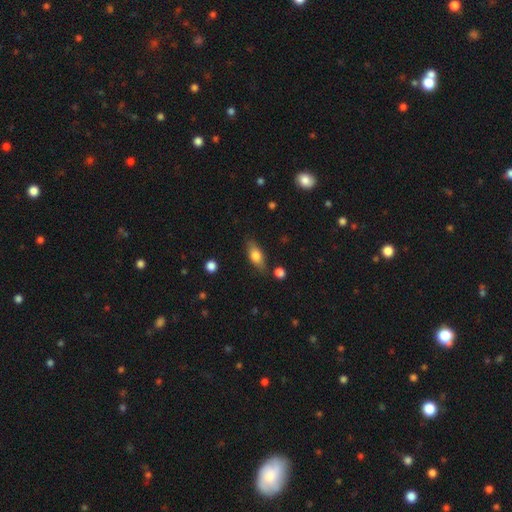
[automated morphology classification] This appears to be a smooth galaxy with no disk features (68%) that is in between round and cigar-shaped (76%). Merging: none (77%).